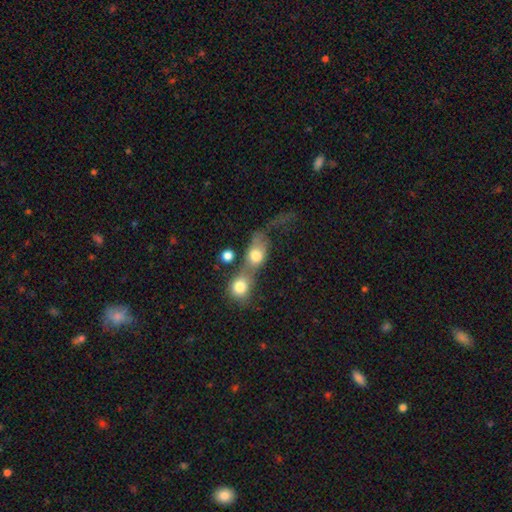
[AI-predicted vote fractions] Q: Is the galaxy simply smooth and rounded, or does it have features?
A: smooth — 70%.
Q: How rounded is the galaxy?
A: in between — 49%.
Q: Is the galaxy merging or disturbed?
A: merger — 71%.